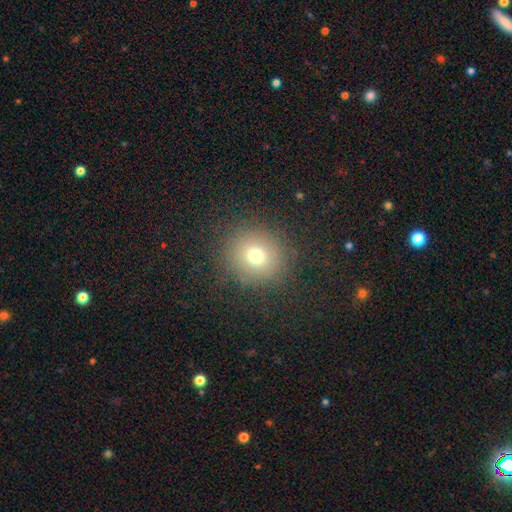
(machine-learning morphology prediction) The model was most divided on "smooth or featured": smooth: 72%, star or artifact: 16%, featured or disk: 11%. More confident: how rounded — round (89%); merging — none (86%).